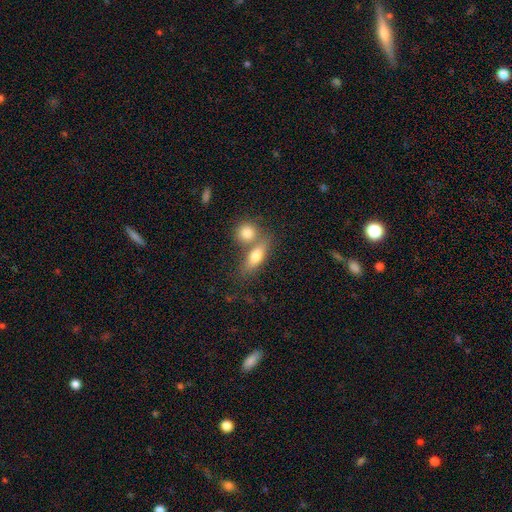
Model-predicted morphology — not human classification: A smooth galaxy with no disk features (73%) that is in between round and cigar-shaped (64%).

Vote fractions:
- Smooth or featured? smooth: 73% / featured or disk: 20% / star or artifact: 7%
- How rounded? in between: 64% / cigar-shaped: 25% / round: 12%
- Merging? merger: 44% / none: 43% / minor disturbance: 9% / major disturbance: 4%